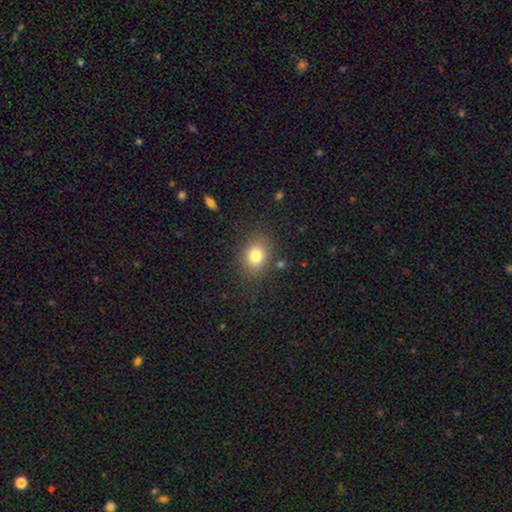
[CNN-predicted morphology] Smooth or featured? Predicted: smooth (p=0.79). How rounded? Predicted: round (p=0.54). Merging? Predicted: none (p=0.83).